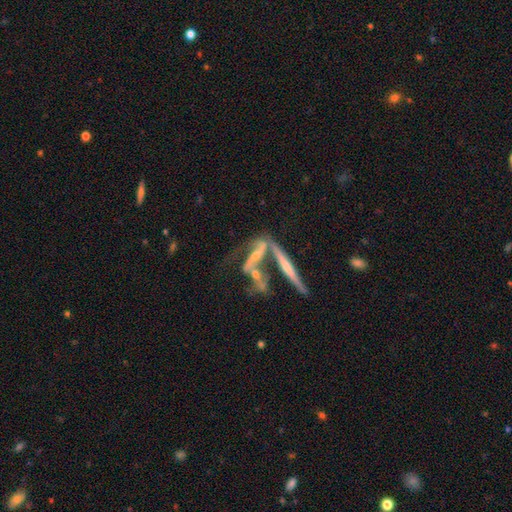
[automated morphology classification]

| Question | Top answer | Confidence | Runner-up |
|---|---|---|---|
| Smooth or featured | featured or disk | 70% | smooth (20%) |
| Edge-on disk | yes | 52% | no (48%) |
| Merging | merger | 48% | none (27%) |